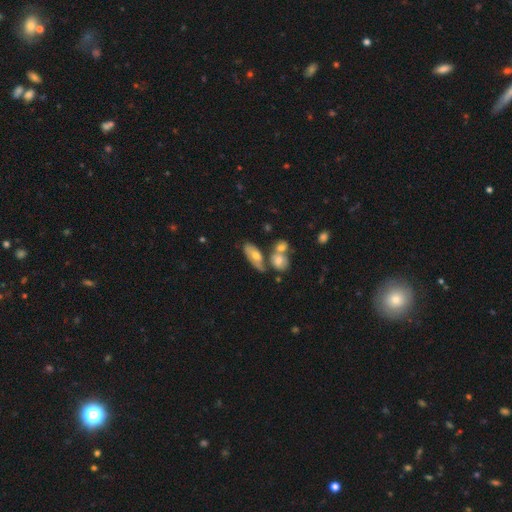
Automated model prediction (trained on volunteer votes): smooth-or-featured: smooth: 51% | featured or disk: 41% | star or artifact: 8%
  how-rounded: in between: 82% | cigar-shaped: 13% | round: 6%
  merging: merger: 37% | none: 36% | minor disturbance: 18% | major disturbance: 9%